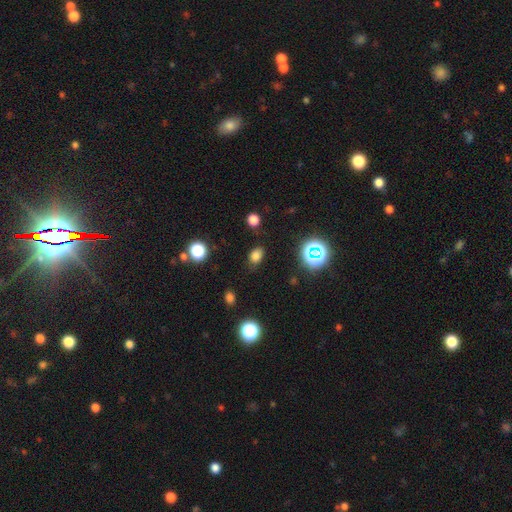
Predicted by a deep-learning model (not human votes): smooth-or-featured: smooth: 77% | star or artifact: 17% | featured or disk: 6%
  how-rounded: in between: 75% | round: 23% | cigar-shaped: 2%
  merging: none: 77% | minor disturbance: 16% | major disturbance: 5% | merger: 2%